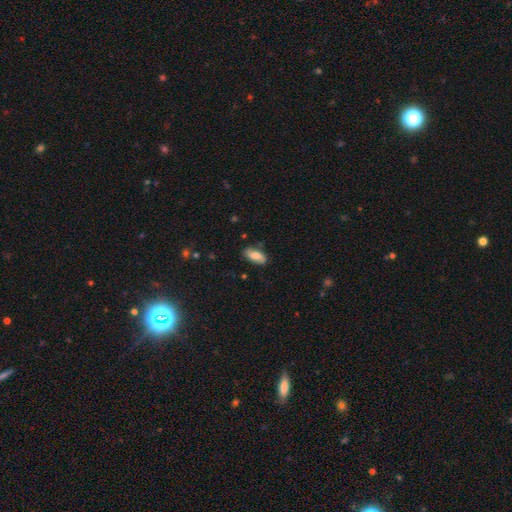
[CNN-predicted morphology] smooth-or-featured: smooth: 68% | featured or disk: 25% | star or artifact: 7%
  how-rounded: in between: 87% | cigar-shaped: 10% | round: 3%
  merging: none: 76% | minor disturbance: 19% | major disturbance: 4% | merger: 2%